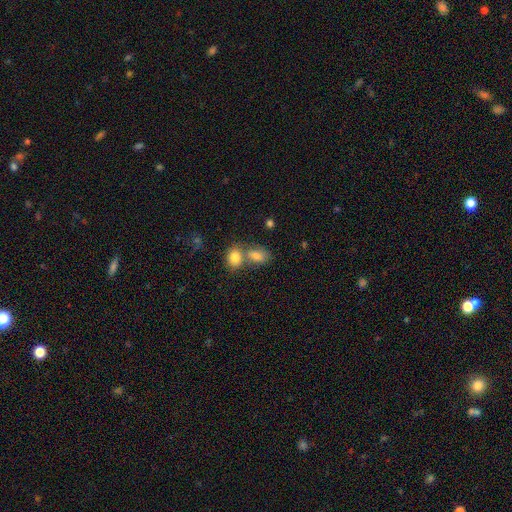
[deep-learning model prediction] Morphology: type=smooth (74%); roundness=in between (71%); merging=merger (50%).